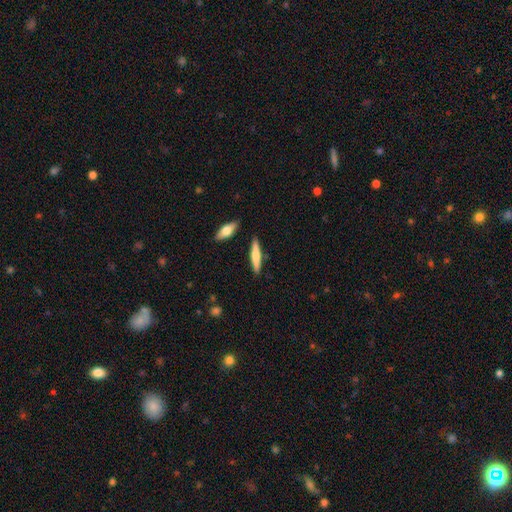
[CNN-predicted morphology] A smooth galaxy with no disk features (64%) that is cigar-shaped (83%).

Vote fractions:
- Smooth or featured? smooth: 64% / featured or disk: 31% / star or artifact: 5%
- How rounded? cigar-shaped: 83% / in between: 15% / round: 2%
- Merging? none: 86% / minor disturbance: 8% / merger: 4% / major disturbance: 2%